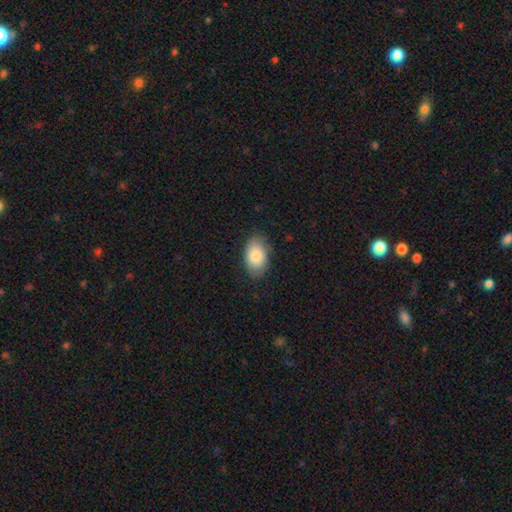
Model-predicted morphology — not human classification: A smooth galaxy with no disk features (83%) that is in between round and cigar-shaped (91%).

Vote fractions:
- Smooth or featured? smooth: 83% / featured or disk: 11% / star or artifact: 6%
- How rounded? in between: 91% / round: 8% / cigar-shaped: 1%
- Merging? none: 81% / minor disturbance: 15% / major disturbance: 3% / merger: 1%